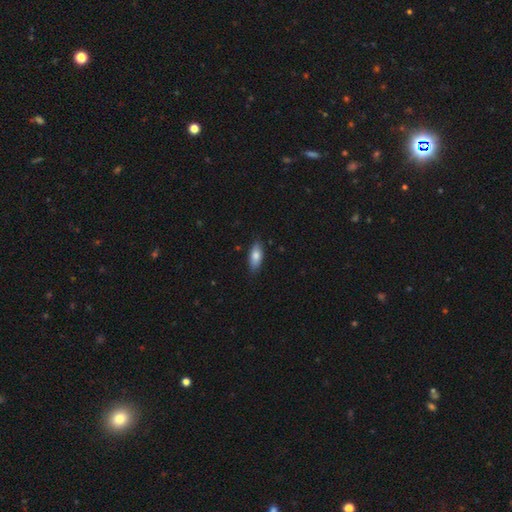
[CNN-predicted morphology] smooth_or_featured: smooth (p=0.80) [alt: featured or disk p=0.13]
how_rounded: in between (p=0.79) [alt: cigar-shaped p=0.18]
merging: none (p=0.84) [alt: minor disturbance p=0.13]